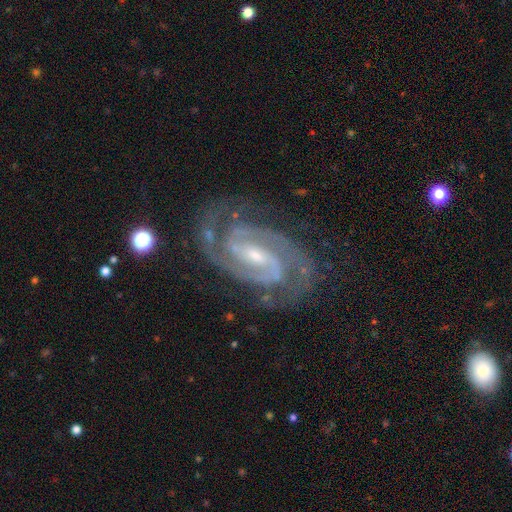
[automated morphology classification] Overall: featured or disk (93%). Edge-on disk: no (98%). Bar: weak (42%; strong 39%). Spiral arms: yes (99%). Spiral arm count: 2 (89%). Spiral winding: tight (59%; medium 37%). Bulge size: small (64%; moderate 30%). Merging: none (79%).